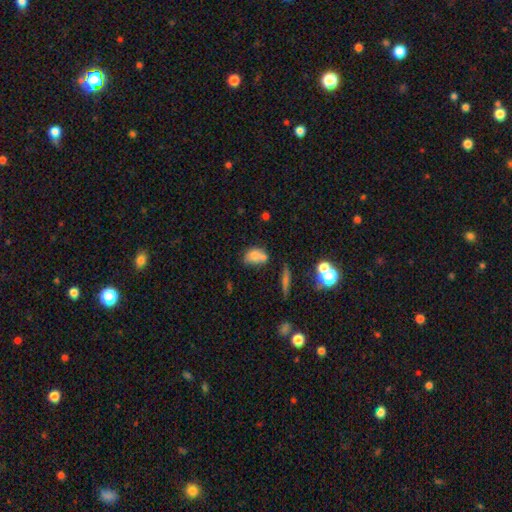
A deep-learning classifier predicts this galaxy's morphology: Smooth or featured? Predicted: smooth (p=0.72). How rounded? Predicted: in between (p=0.72). Merging? Predicted: none (p=0.43).